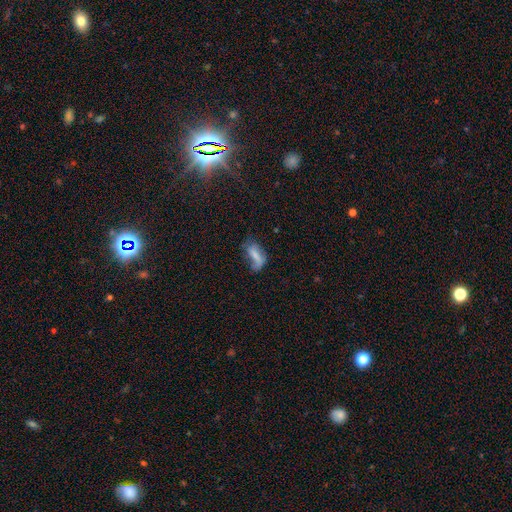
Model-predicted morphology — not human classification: smooth-or-featured: smooth: 59% | featured or disk: 31% | star or artifact: 10%
  how-rounded: in between: 80% | cigar-shaped: 16% | round: 4%
  merging: none: 33% | minor disturbance: 32% | major disturbance: 30% | merger: 4%